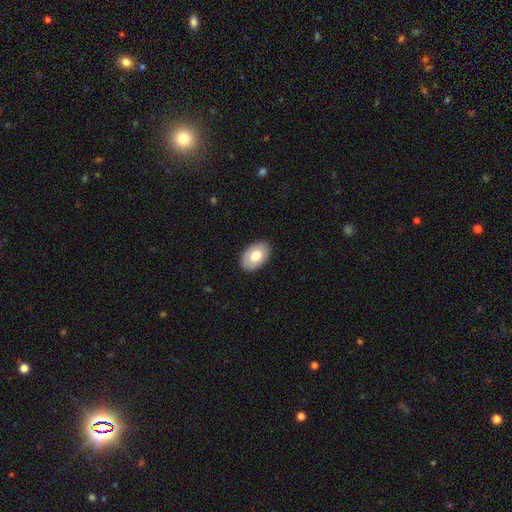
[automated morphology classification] This appears to be a smooth galaxy with no disk features (71%) that is in between round and cigar-shaped (91%). Merging: none (88%).